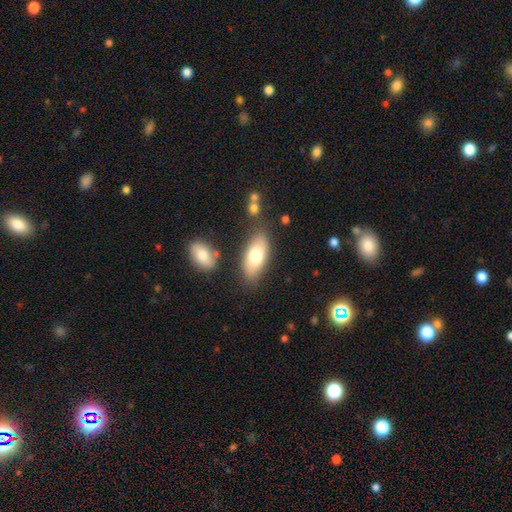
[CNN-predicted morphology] smooth-or-featured: smooth: 75% | featured or disk: 19% | star or artifact: 7%
  how-rounded: in between: 87% | cigar-shaped: 10% | round: 3%
  merging: none: 78% | minor disturbance: 13% | merger: 5% | major disturbance: 4%